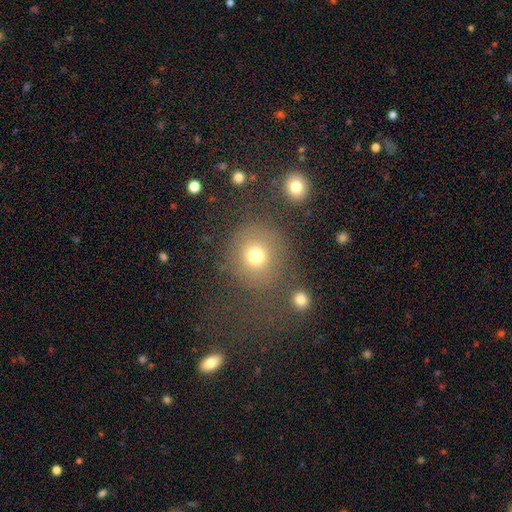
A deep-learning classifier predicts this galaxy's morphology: The model was most divided on "merging": none: 70%, minor disturbance: 12%, merger: 9%, major disturbance: 9%. More confident: how rounded — round (87%); smooth or featured — smooth (74%).